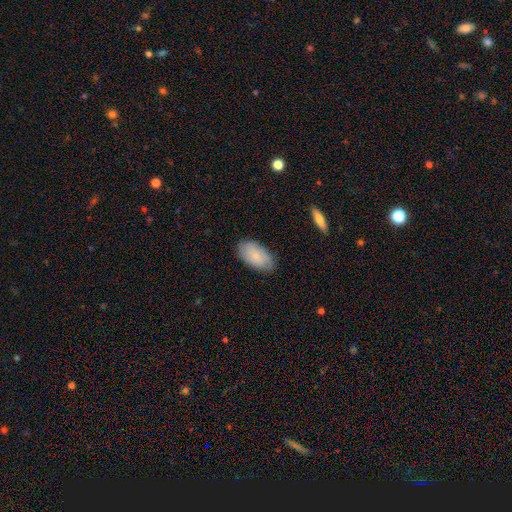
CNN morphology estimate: Smooth or featured?
  - smooth: 80% *
  - featured or disk: 13%
  - star or artifact: 6%
How rounded?
  - in between: 95% *
  - round: 3%
  - cigar-shaped: 2%
Merging?
  - none: 82% *
  - minor disturbance: 14%
  - major disturbance: 3%
  - merger: 1%